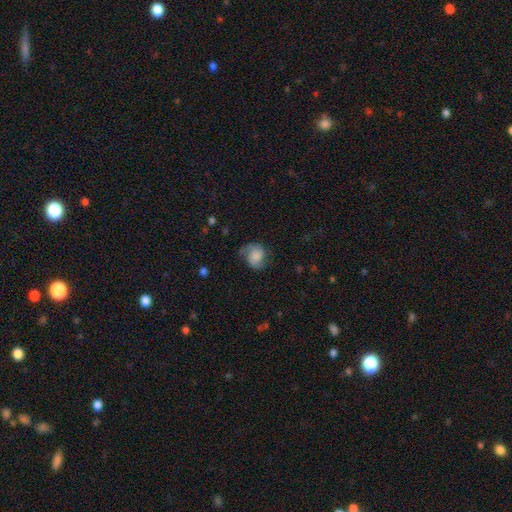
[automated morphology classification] Q: Smooth or featured?
A: featured or disk (50%); runner-up: smooth (41%)
Q: Edge-on disk?
A: no (98%); runner-up: yes (2%)
Q: Merging?
A: none (62%); runner-up: minor disturbance (24%)